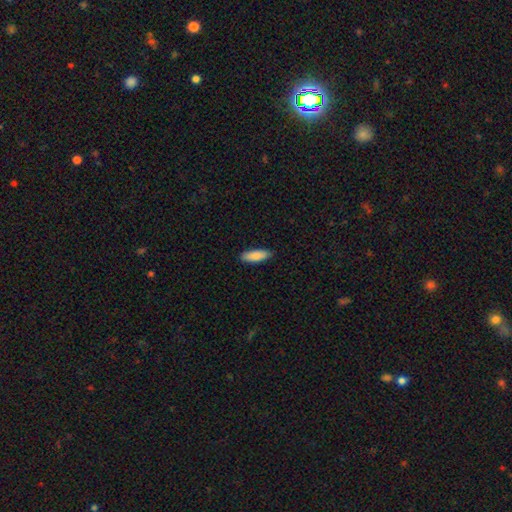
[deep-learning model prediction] Q: Smooth or featured?
A: smooth (86%); runner-up: featured or disk (8%)
Q: How rounded?
A: in between (58%); runner-up: cigar-shaped (41%)
Q: Merging?
A: none (89%); runner-up: minor disturbance (9%)